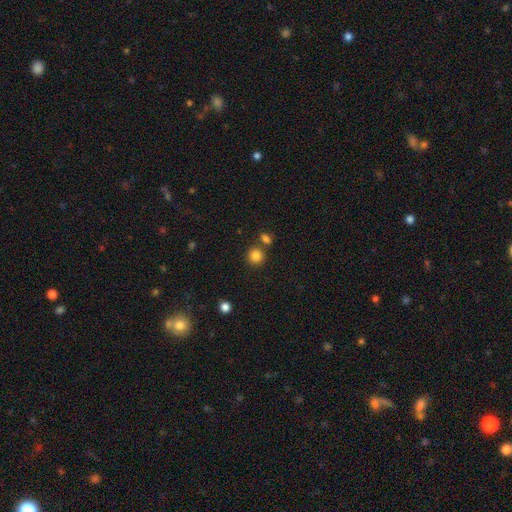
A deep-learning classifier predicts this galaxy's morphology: Smooth or featured?
  - smooth: 85% *
  - star or artifact: 11%
  - featured or disk: 4%
How rounded?
  - round: 91% *
  - in between: 8%
  - cigar-shaped: 1%
Merging?
  - none: 77% *
  - merger: 13%
  - minor disturbance: 7%
  - major disturbance: 3%